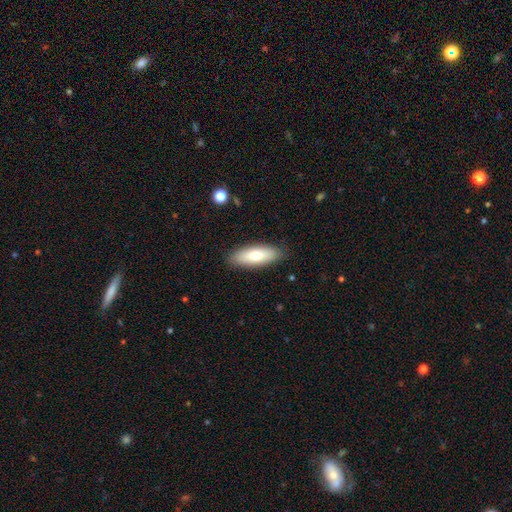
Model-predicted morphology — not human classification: This appears to be a smooth galaxy with no disk features (73%) that is in between round and cigar-shaped (66%). Merging: none (87%).